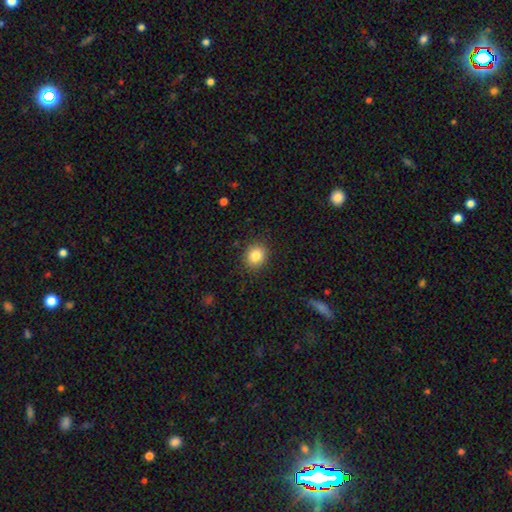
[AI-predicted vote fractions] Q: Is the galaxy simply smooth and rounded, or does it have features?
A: smooth — 84%.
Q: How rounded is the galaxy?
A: round — 75%.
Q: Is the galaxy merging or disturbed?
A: none — 89%.